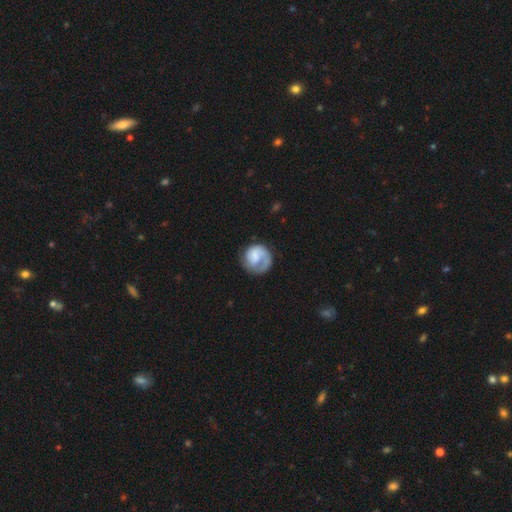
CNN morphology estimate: This appears to be a featured or disk galaxy (51%) with no bar (66%), spiral arms (81%) and no central bulge (32%). Merging: none (59%).